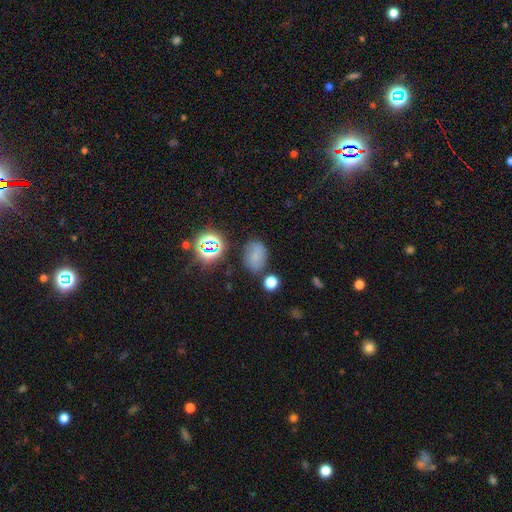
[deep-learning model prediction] smooth_or_featured: smooth (p=0.66) [alt: star or artifact p=0.21]
how_rounded: in between (p=0.76) [alt: round p=0.22]
merging: none (p=0.72) [alt: minor disturbance p=0.17]